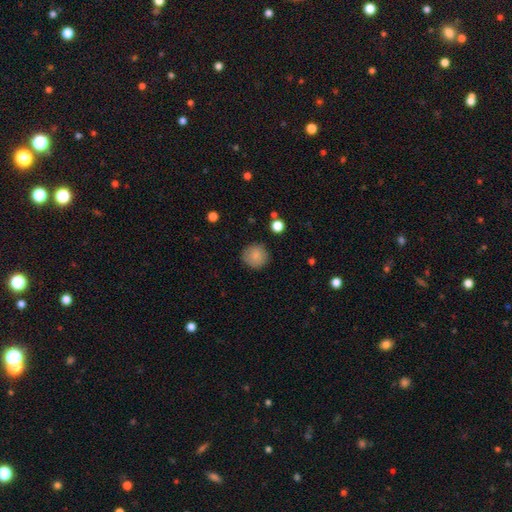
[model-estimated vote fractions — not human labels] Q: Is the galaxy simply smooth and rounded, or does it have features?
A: smooth — 86%.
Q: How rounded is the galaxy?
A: round — 93%.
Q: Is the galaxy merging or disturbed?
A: none — 87%.